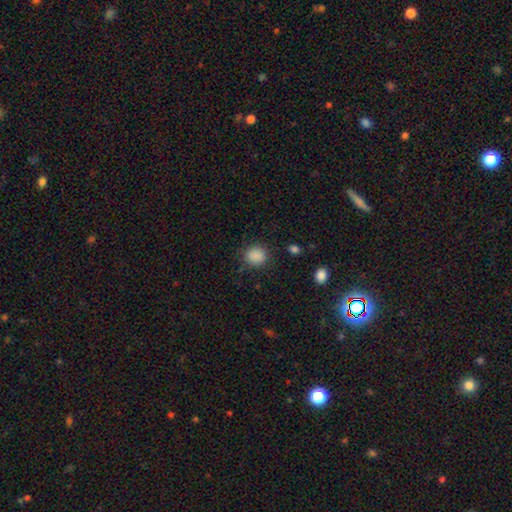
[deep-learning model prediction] Overall: smooth (87%). How rounded: round (79%). Merging: none (84%).